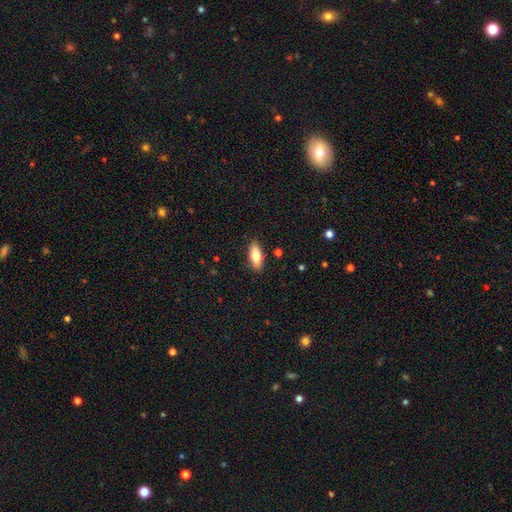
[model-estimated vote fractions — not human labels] Q: Smooth or featured?
A: smooth (73%); runner-up: featured or disk (20%)
Q: How rounded?
A: in between (80%); runner-up: cigar-shaped (17%)
Q: Merging?
A: none (83%); runner-up: minor disturbance (13%)